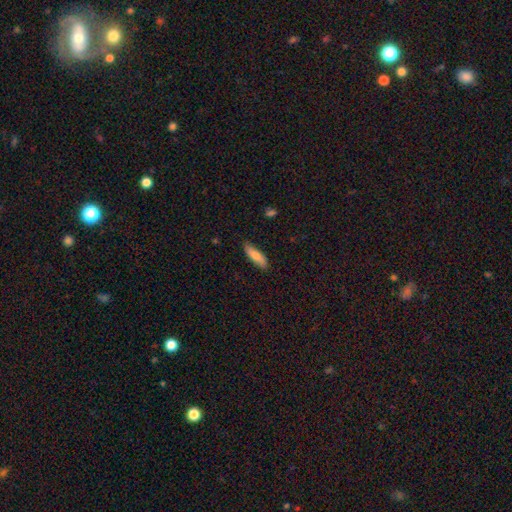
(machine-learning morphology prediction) Smooth or featured?
  - smooth: 77% *
  - featured or disk: 17%
  - star or artifact: 6%
How rounded?
  - cigar-shaped: 59% *
  - in between: 39%
  - round: 2%
Merging?
  - none: 83% *
  - minor disturbance: 14%
  - major disturbance: 2%
  - merger: 1%